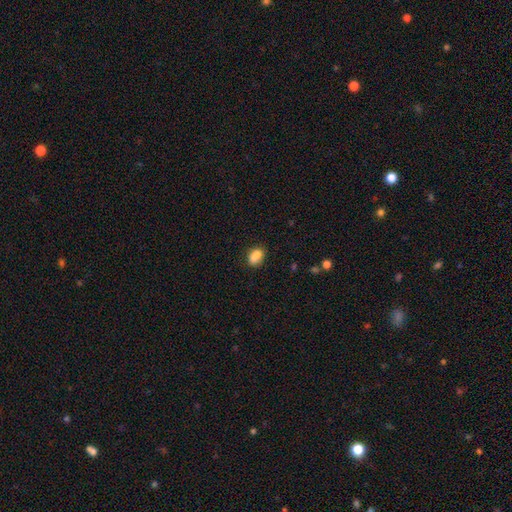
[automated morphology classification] smooth_or_featured: smooth (p=0.77) [alt: featured or disk p=0.14]
how_rounded: in between (p=0.66) [alt: round p=0.32]
merging: merger (p=0.43) [alt: none p=0.38]